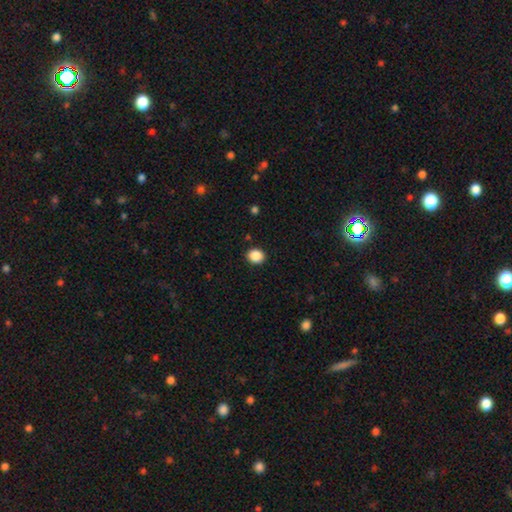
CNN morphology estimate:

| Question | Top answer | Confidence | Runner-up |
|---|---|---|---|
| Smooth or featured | smooth | 88% | star or artifact (9%) |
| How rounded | round | 71% | in between (28%) |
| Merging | none | 90% | minor disturbance (6%) |